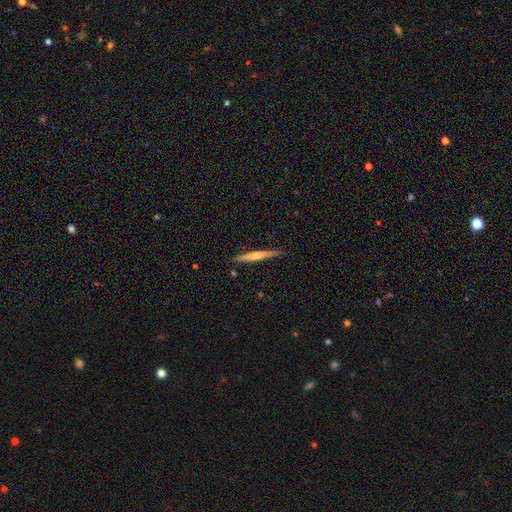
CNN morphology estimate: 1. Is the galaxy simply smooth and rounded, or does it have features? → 57% smooth, 37% featured or disk, 6% star or artifact.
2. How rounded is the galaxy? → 96% cigar-shaped, 3% in between, 1% round.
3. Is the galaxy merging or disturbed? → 87% none, 10% minor disturbance, 2% major disturbance, 1% merger.